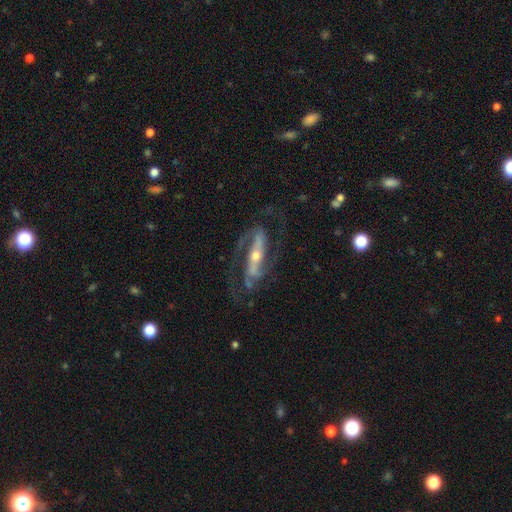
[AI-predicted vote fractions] featured or disk 89%, smooth 6%, star or artifact 5%. Down the decision tree: edge-on disk — no (88%); bar — strong (61%); spiral arms — yes (95%); spiral arm count — 2 (89%); spiral winding — medium (51%); bulge size — small (50%); merging — none (70%).